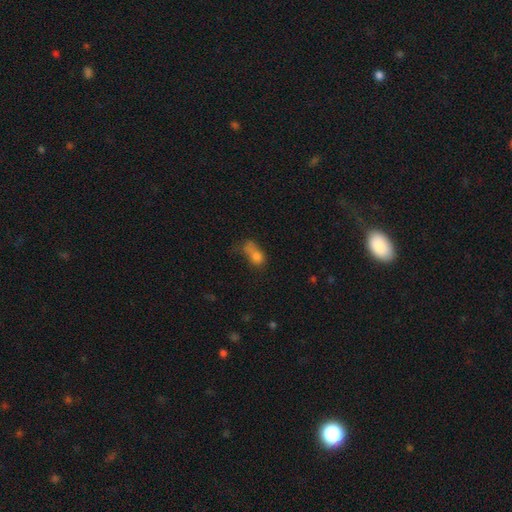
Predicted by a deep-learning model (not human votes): Q: Smooth or featured?
A: smooth (70%); runner-up: featured or disk (15%)
Q: How rounded?
A: in between (65%); runner-up: round (28%)
Q: Merging?
A: merger (30%); runner-up: major disturbance (27%)